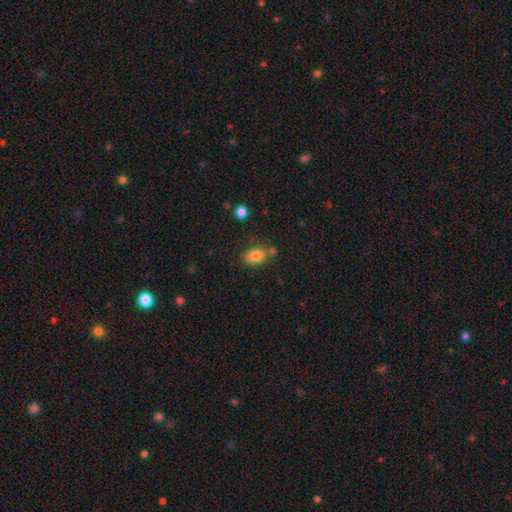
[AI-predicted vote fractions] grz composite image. It shows a smooth galaxy with no disk features (82%) that is in between round and cigar-shaped (74%). Merging: none (67%).